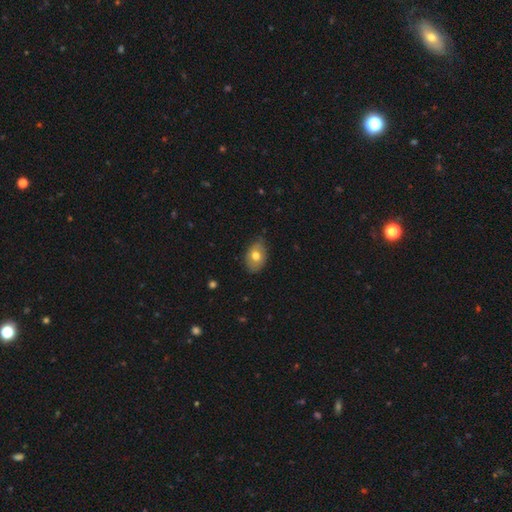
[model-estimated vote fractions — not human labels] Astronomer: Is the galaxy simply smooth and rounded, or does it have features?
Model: smooth — 71%.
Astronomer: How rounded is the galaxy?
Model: in between — 83%.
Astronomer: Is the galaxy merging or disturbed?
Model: none — 72%.